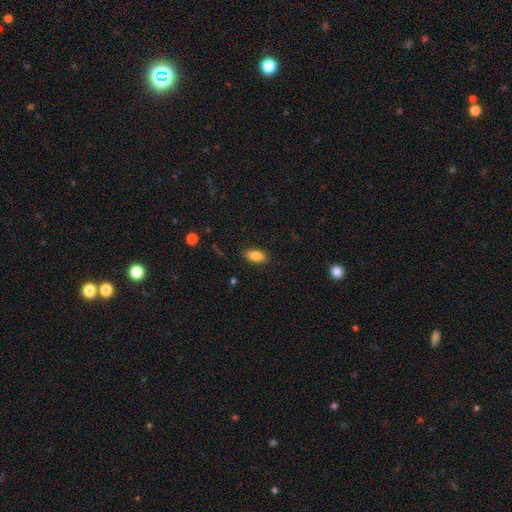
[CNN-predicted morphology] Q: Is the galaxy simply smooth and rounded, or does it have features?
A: smooth — 84%.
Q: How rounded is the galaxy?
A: in between — 90%.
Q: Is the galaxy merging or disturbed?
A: none — 87%.